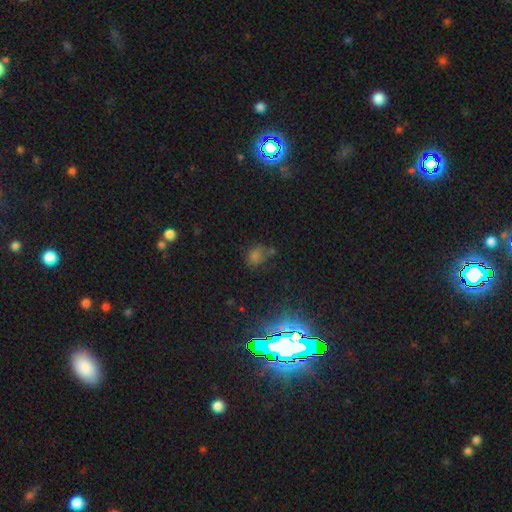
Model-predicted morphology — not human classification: A star or artifact, not a galaxy (46%).